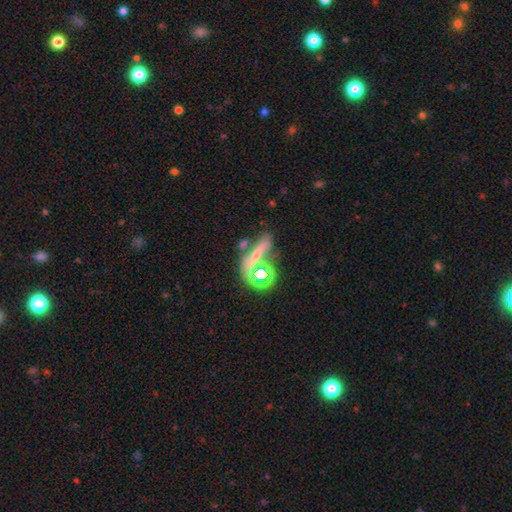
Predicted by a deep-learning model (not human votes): The model was most divided on "smooth or featured": smooth: 44%, star or artifact: 32%, featured or disk: 24%. Remaining: merging — none (47%).